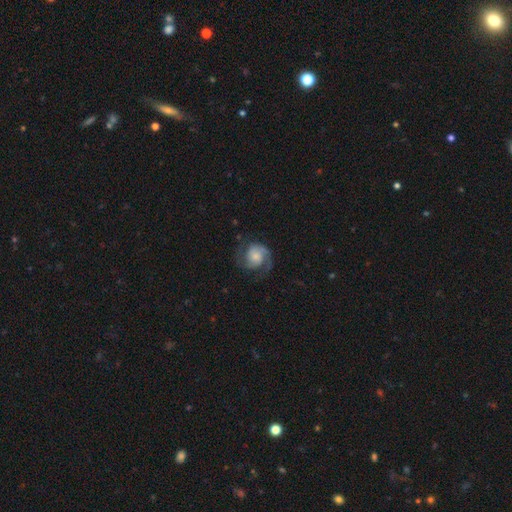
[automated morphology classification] A featured or disk galaxy (73%) with no bar (72%), 2 (74%) medium (45%) spiral arms (95%) and a small central bulge (35%). Merging: none (66%).